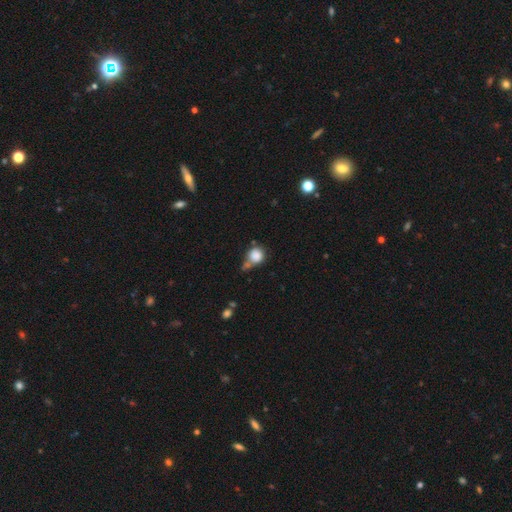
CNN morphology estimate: Smooth or featured? smooth (84%)
How rounded? round (88%)
Merging? none (47%)